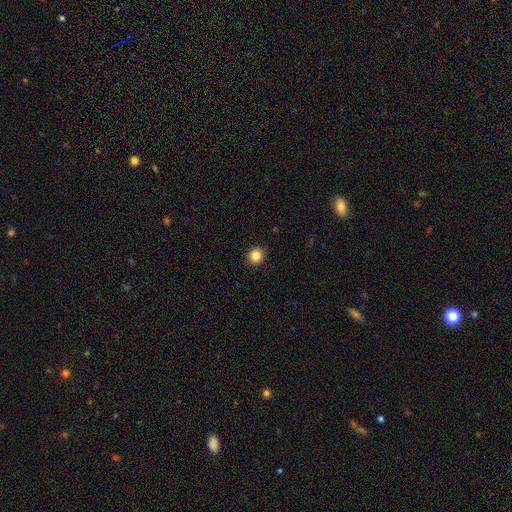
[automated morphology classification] This is clearly a smooth galaxy (87%). How rounded: clearly round (86%). Merging: clearly none (91%).